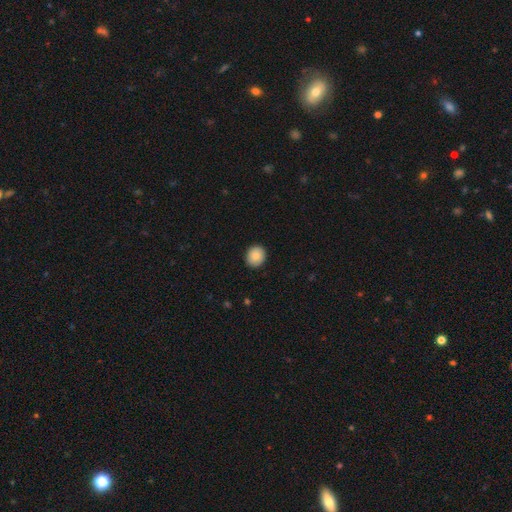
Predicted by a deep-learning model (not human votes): A smooth galaxy with no disk features (83%) that is round (73%). Merging: none (90%).